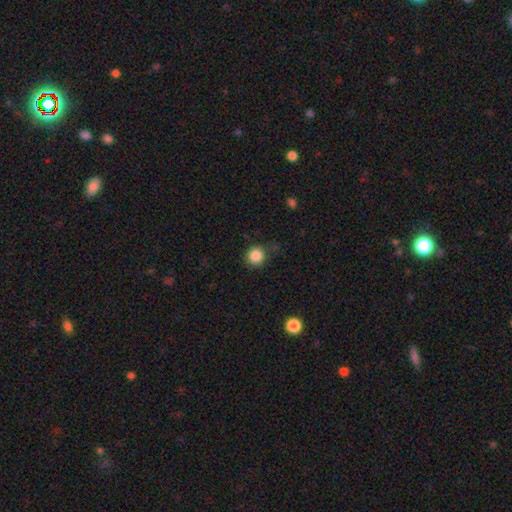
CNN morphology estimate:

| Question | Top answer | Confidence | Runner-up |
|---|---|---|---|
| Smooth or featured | smooth | 86% | star or artifact (10%) |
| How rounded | round | 92% | in between (7%) |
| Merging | none | 78% | minor disturbance (15%) |